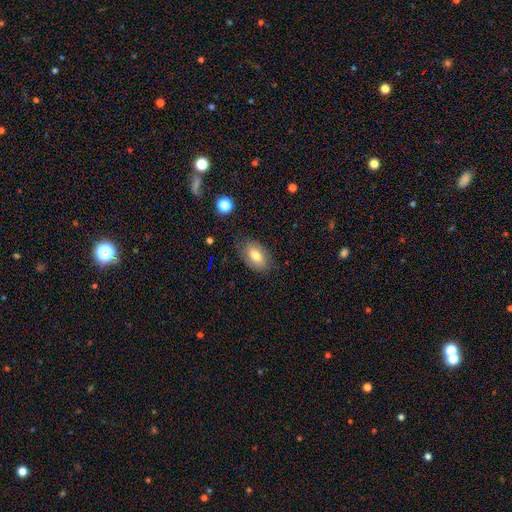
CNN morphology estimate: Smooth or featured? Predicted: smooth (p=0.69). How rounded? Predicted: in between (p=0.89). Merging? Predicted: none (p=0.77).